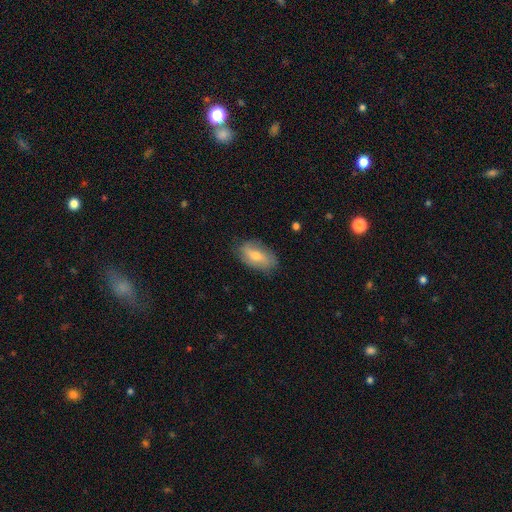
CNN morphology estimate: Overall: smooth (54%; featured or disk 38%). How rounded: in between (89%). Merging: none (78%).